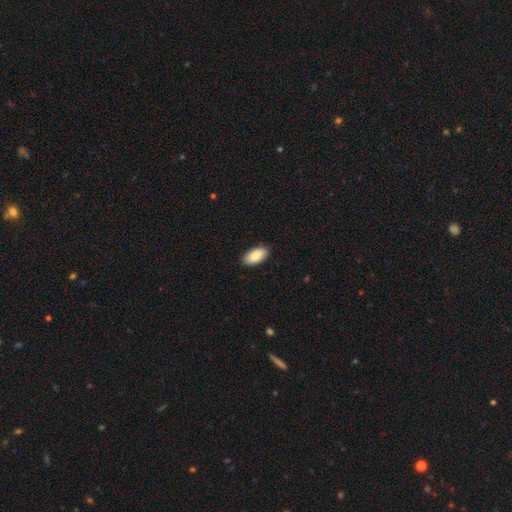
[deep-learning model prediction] smooth-or-featured: smooth: 85% | featured or disk: 9% | star or artifact: 6%
  how-rounded: in between: 93% | cigar-shaped: 5% | round: 2%
  merging: none: 89% | minor disturbance: 8% | major disturbance: 2% | merger: 1%